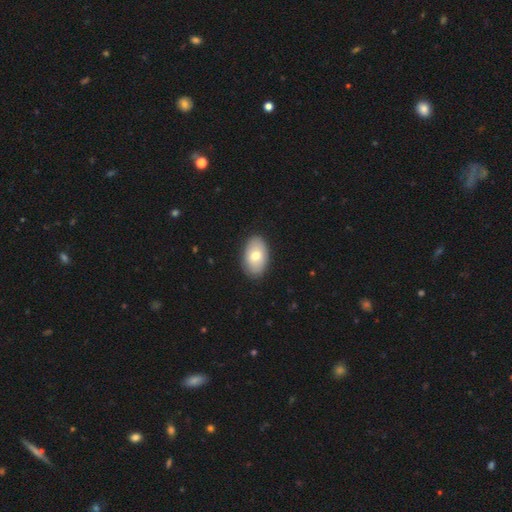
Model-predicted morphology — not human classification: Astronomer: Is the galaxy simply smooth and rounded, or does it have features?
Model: smooth — 72%.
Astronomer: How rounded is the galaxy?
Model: in between — 91%.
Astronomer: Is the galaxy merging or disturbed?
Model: none — 88%.